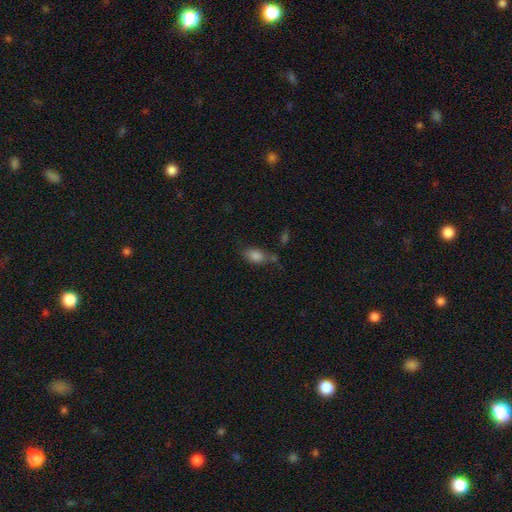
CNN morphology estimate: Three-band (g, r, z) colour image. It shows a smooth galaxy with no disk features (83%) that is in between round and cigar-shaped (88%). Merging: none (49%).